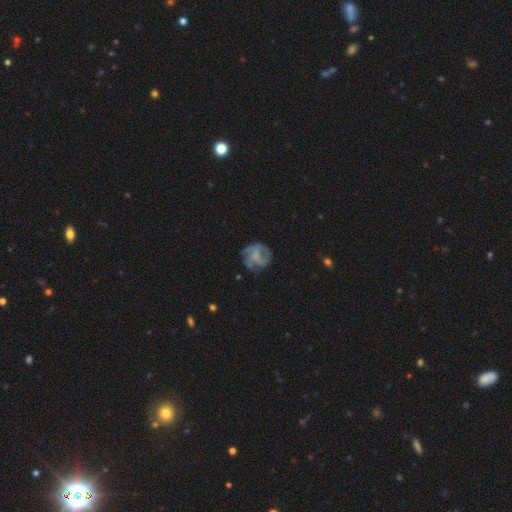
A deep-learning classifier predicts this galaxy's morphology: smooth_or_featured: featured or disk (p=0.63) [alt: smooth p=0.27]
disk_edge_on: no (p=0.98) [alt: yes p=0.02]
bar: no (p=0.64) [alt: weak p=0.29]
has_spiral_arms: yes (p=0.76) [alt: no p=0.24]
bulge_size: none (p=0.47) [alt: small p=0.30]
merging: none (p=0.66) [alt: minor disturbance p=0.18]